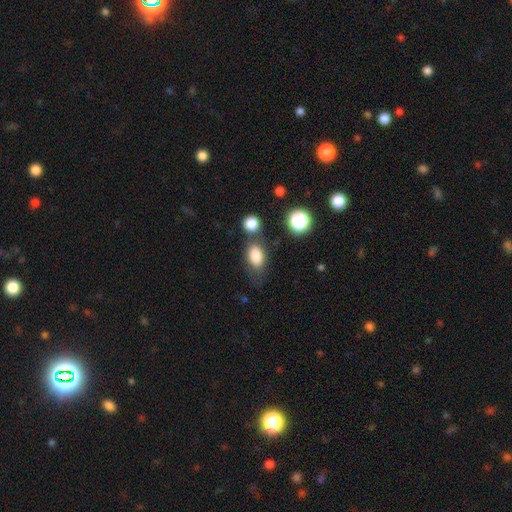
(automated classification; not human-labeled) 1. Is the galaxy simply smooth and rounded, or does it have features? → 82% smooth, 10% star or artifact, 9% featured or disk.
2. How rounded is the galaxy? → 85% in between, 13% round, 2% cigar-shaped.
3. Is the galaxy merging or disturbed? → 60% none, 19% minor disturbance, 13% merger, 8% major disturbance.